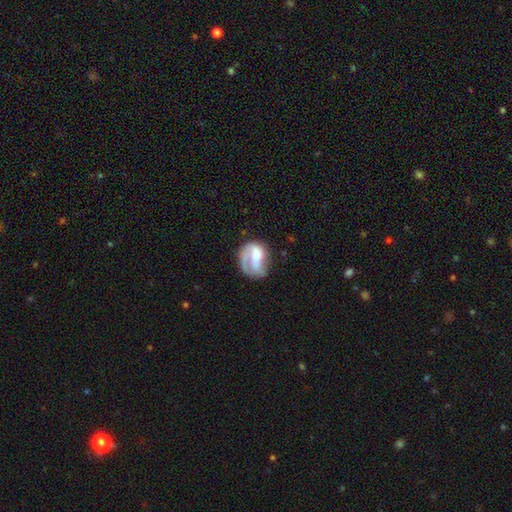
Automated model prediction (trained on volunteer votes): Smooth or featured? featured or disk (54%)
Edge-on disk? no (97%)
Bar? no (45%)
Spiral arms? yes (68%)
Bulge size? moderate (32%)
Merging? none (41%)